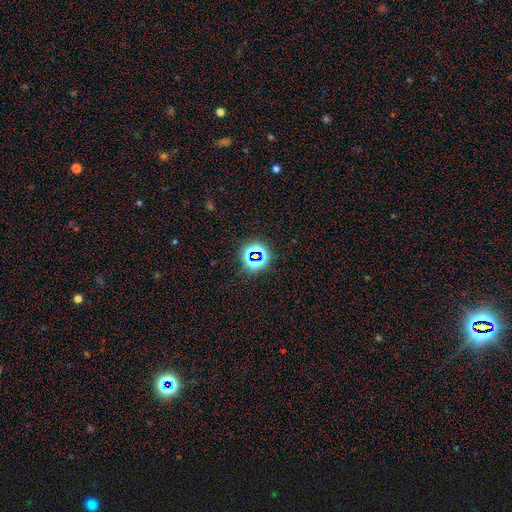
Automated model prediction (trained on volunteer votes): Q: Smooth or featured?
A: star or artifact (68%); runner-up: smooth (22%)